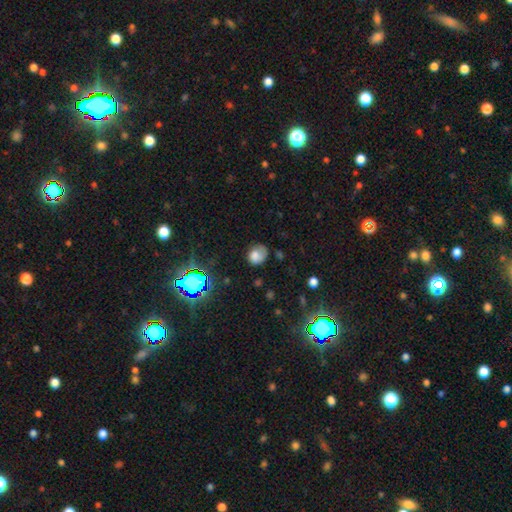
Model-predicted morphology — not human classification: Smooth or featured: smooth — 72% (star or artifact — 14%)
How rounded: round — 63% (in between — 36%)
Merging: none — 50% (minor disturbance — 30%)